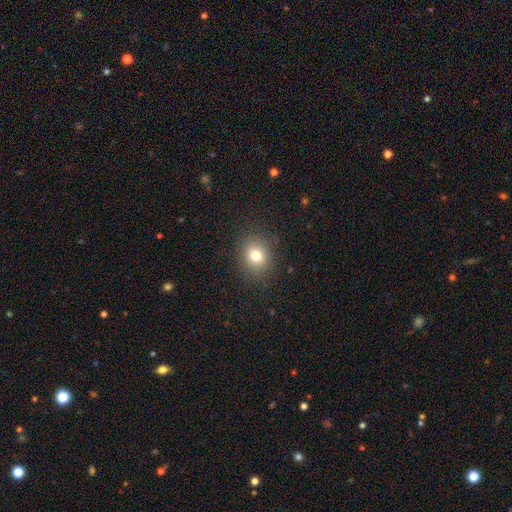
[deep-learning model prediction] Q: Smooth or featured?
A: smooth (77%); runner-up: star or artifact (13%)
Q: How rounded?
A: round (70%); runner-up: in between (29%)
Q: Merging?
A: none (87%); runner-up: minor disturbance (8%)